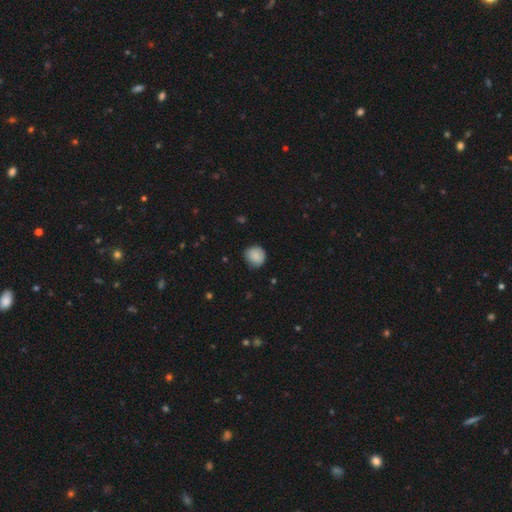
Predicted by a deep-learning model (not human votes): Overall: smooth (84%). How rounded: round (89%). Merging: none (77%).